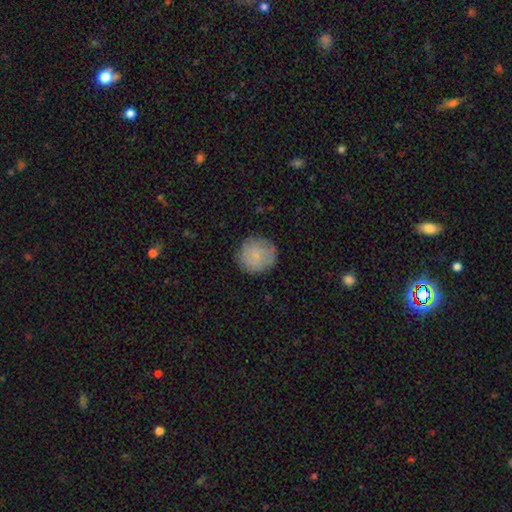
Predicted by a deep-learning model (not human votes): Smooth or featured?
  - smooth: 77% *
  - featured or disk: 16%
  - star or artifact: 7%
How rounded?
  - round: 93% *
  - in between: 6%
  - cigar-shaped: 1%
Merging?
  - none: 84% *
  - minor disturbance: 12%
  - major disturbance: 3%
  - merger: 1%